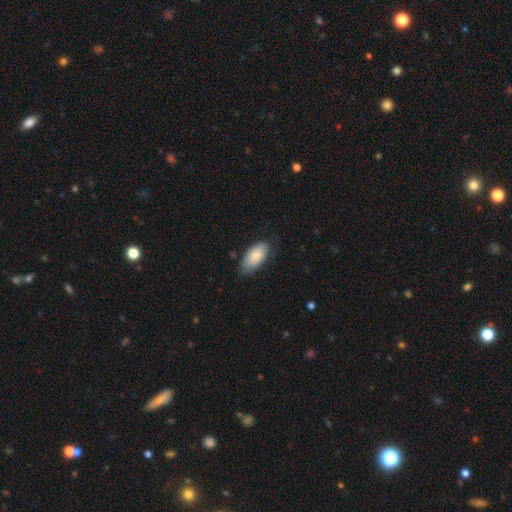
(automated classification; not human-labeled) Smooth or featured? smooth (82%)
How rounded? in between (93%)
Merging? none (69%)